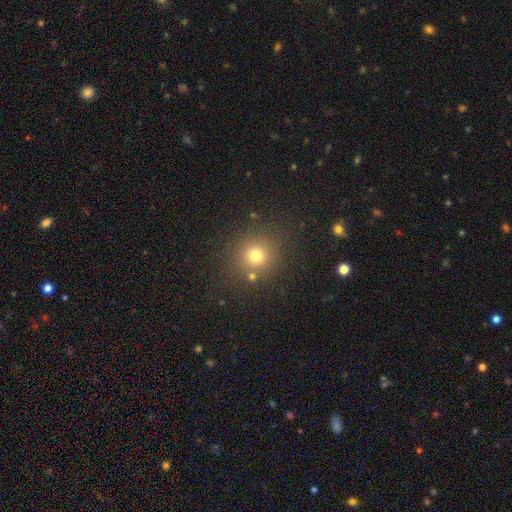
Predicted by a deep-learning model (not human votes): smooth 73%, star or artifact 19%, featured or disk 8%. Down the decision tree: how rounded — round (90%); merging — none (81%).